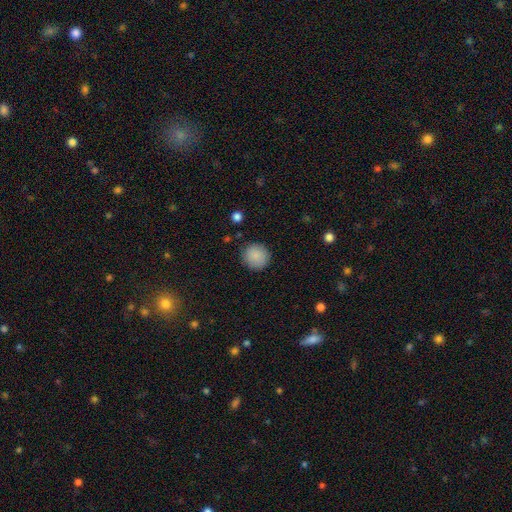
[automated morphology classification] smooth_or_featured: smooth (p=0.88) [alt: star or artifact p=0.08]
how_rounded: round (p=0.92) [alt: in between p=0.07]
merging: none (p=0.88) [alt: minor disturbance p=0.08]